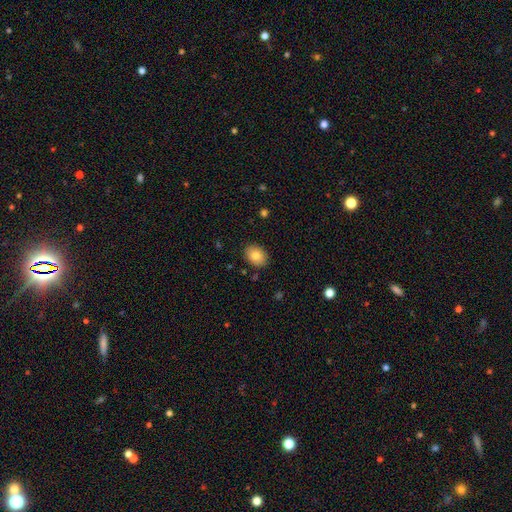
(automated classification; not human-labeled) Smooth or featured? smooth (82%)
How rounded? in between (66%)
Merging? none (88%)